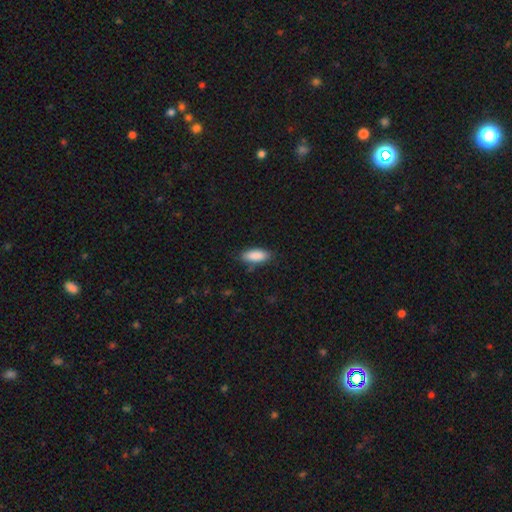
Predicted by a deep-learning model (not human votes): smooth 89%, star or artifact 6%, featured or disk 5%. Down the decision tree: how rounded — in between (81%); merging — none (81%).